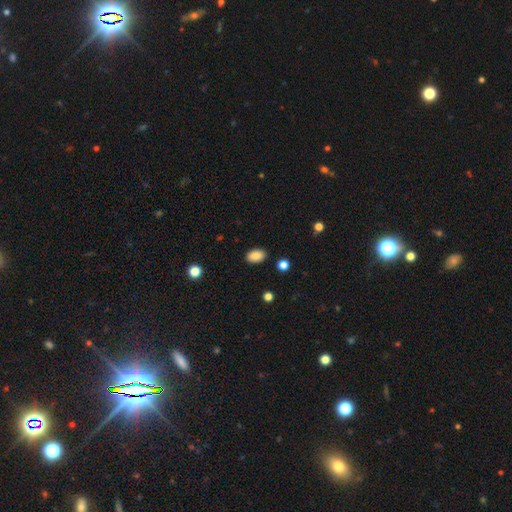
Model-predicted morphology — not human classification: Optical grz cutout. It shows a smooth galaxy with no disk features (87%) that is in between round and cigar-shaped (90%). Merging: none (88%).